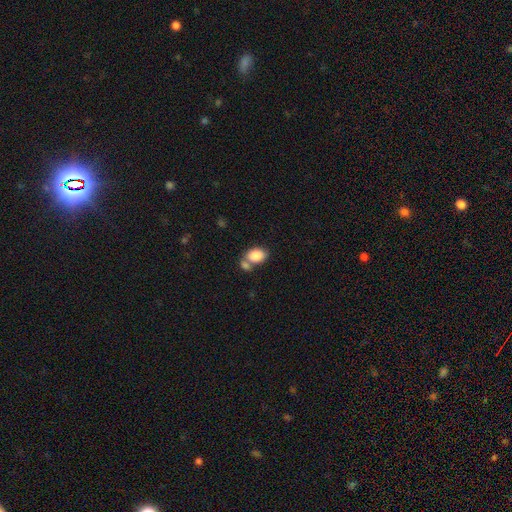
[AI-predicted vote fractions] This appears to be a smooth galaxy with no disk features (85%) that is in between round and cigar-shaped (82%). Merging: none (43%).